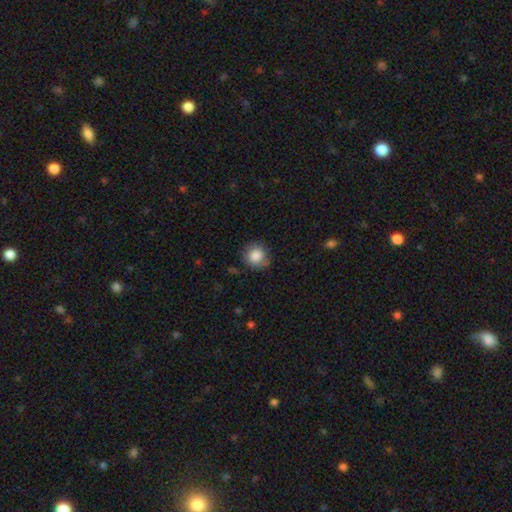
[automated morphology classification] This appears to be a smooth galaxy with no disk features (85%) that is round (89%). Merging: none (79%).